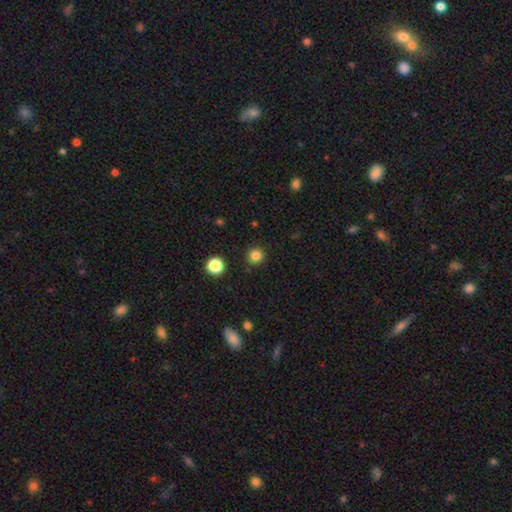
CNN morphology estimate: The model was most divided on "smooth or featured": smooth: 83%, star or artifact: 13%, featured or disk: 4%. More confident: how rounded — round (95%); merging — none (91%).